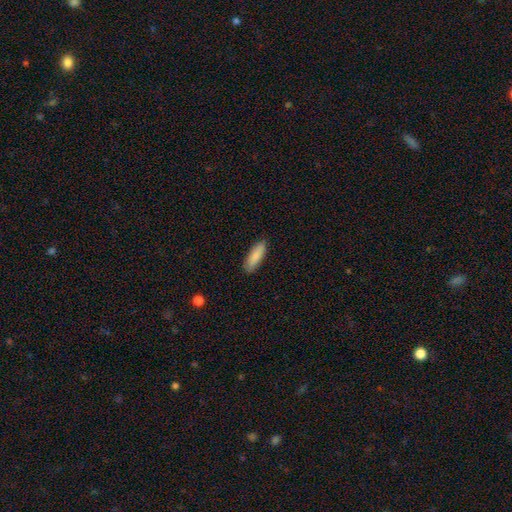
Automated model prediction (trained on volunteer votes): Q: Smooth or featured?
A: smooth (88%); runner-up: featured or disk (6%)
Q: How rounded?
A: in between (51%); runner-up: cigar-shaped (47%)
Q: Merging?
A: none (87%); runner-up: minor disturbance (10%)